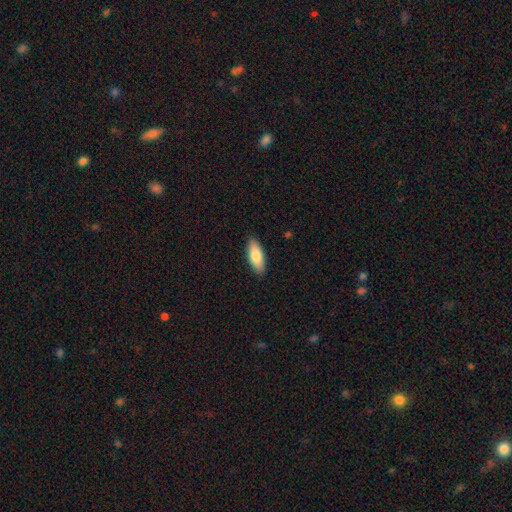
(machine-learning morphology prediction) The model was most divided on "how rounded": in between: 73%, cigar-shaped: 25%, round: 2%. More confident: merging — none (89%); smooth or featured — smooth (81%).